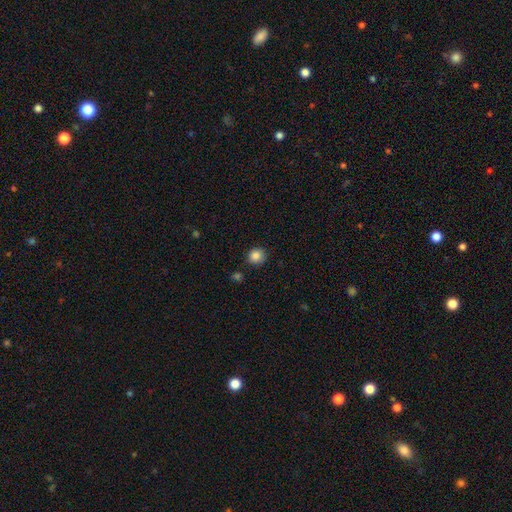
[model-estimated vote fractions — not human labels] Smooth or featured? Predicted: smooth (p=0.86). How rounded? Predicted: round (p=0.89). Merging? Predicted: none (p=0.86).